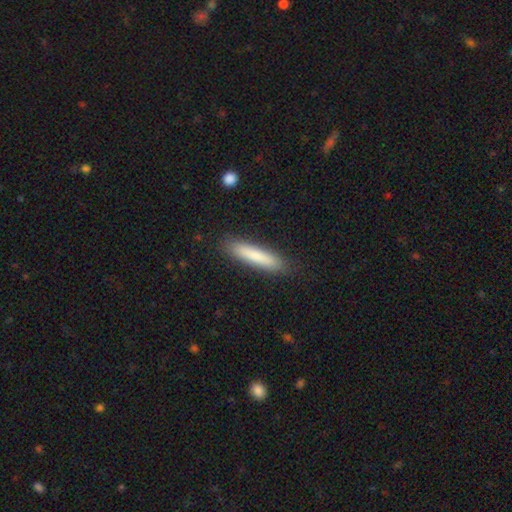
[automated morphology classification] Smooth or featured: smooth — 80% (featured or disk — 14%)
How rounded: cigar-shaped — 88% (in between — 11%)
Merging: none — 88% (minor disturbance — 9%)